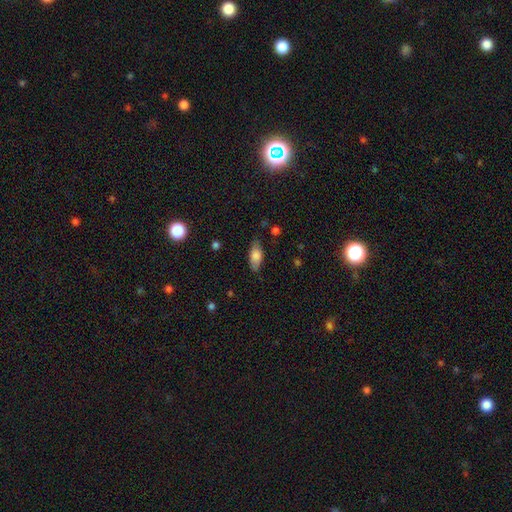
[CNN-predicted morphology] Smooth or featured?
  - smooth: 75% *
  - featured or disk: 18%
  - star or artifact: 7%
How rounded?
  - in between: 82% *
  - cigar-shaped: 15%
  - round: 3%
Merging?
  - none: 78% *
  - minor disturbance: 17%
  - major disturbance: 4%
  - merger: 1%